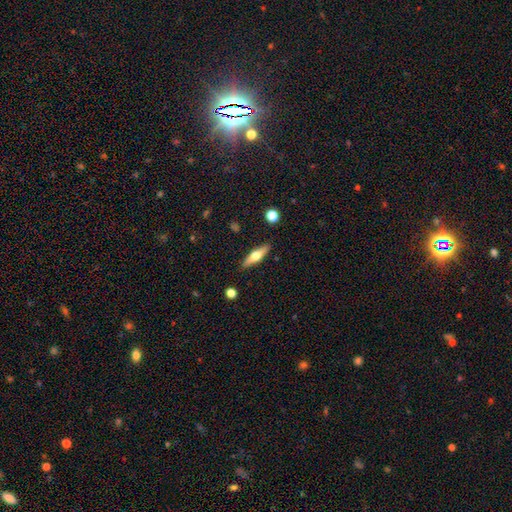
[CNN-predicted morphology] type=featured or disk (50%); edge-on=yes (91%); merging=none (89%).